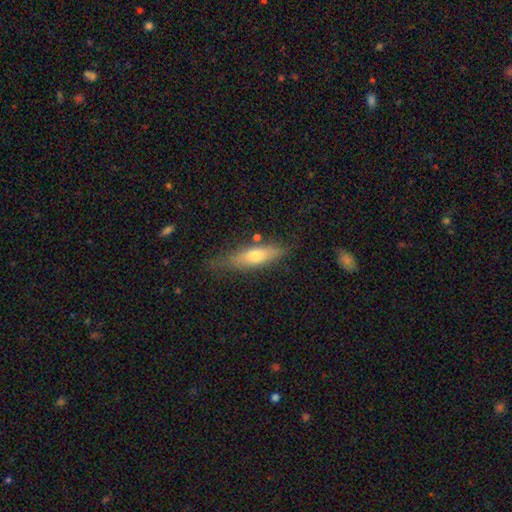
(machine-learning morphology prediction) A smooth galaxy with no disk features (61%) that is cigar-shaped (55%). Merging: none (70%).